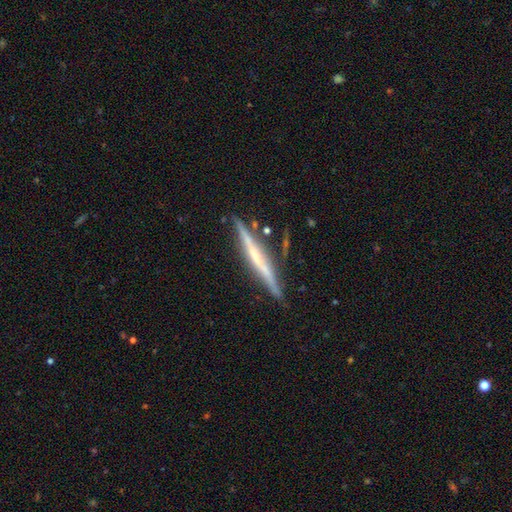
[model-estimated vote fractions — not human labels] smooth-or-featured: featured or disk: 70% | smooth: 23% | star or artifact: 6%
  disk-edge-on: yes: 97% | no: 3%
    edge-on-bulge: none: 61% | rounded: 27% | boxy: 12%
  merging: none: 83% | minor disturbance: 12% | merger: 3% | major disturbance: 2%